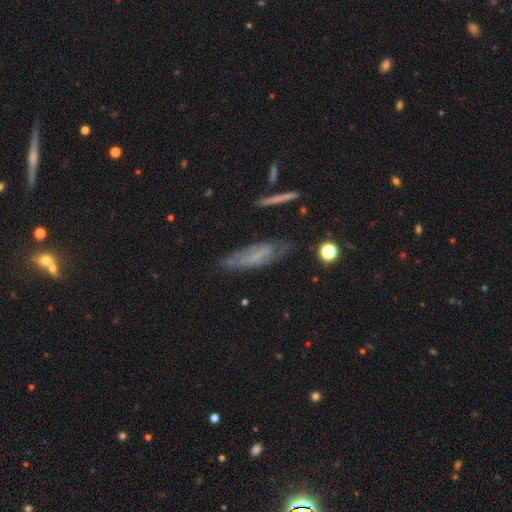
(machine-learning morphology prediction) type=featured or disk (53%); edge-on=no (67%); merging=none (61%).